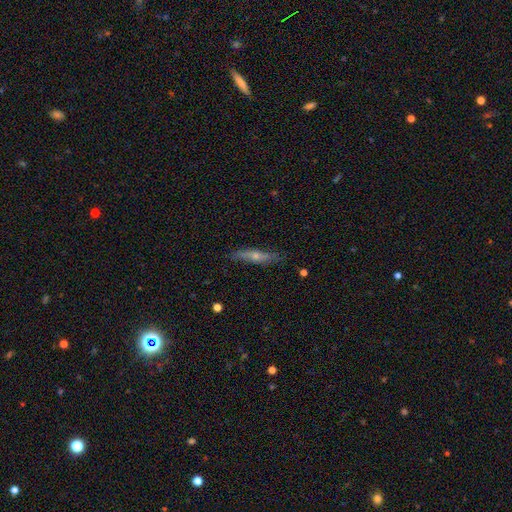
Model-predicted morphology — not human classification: A featured or disk galaxy (56%) viewed edge-on (89%) with a rounded central bulge (82%). Merging: none (86%).